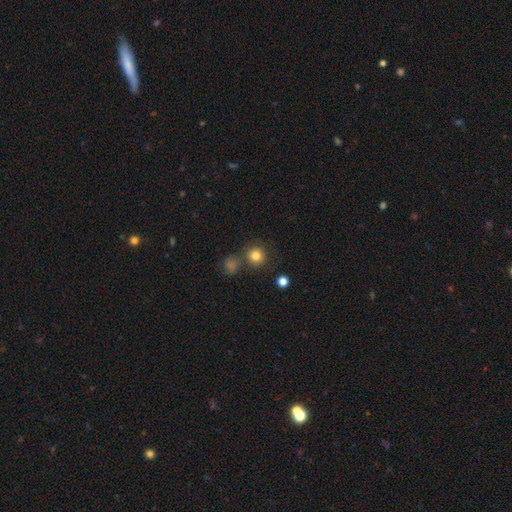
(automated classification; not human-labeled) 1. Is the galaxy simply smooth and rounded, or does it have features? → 81% smooth, 12% star or artifact, 6% featured or disk.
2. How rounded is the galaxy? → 91% round, 8% in between, 1% cigar-shaped.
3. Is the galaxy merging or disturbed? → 75% none, 12% merger, 10% minor disturbance, 4% major disturbance.